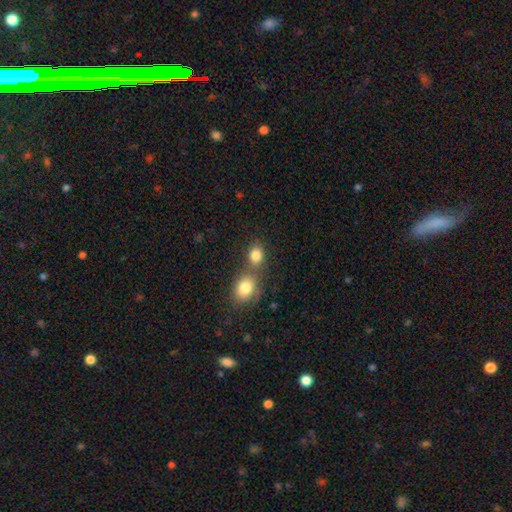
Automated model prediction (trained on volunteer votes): smooth-or-featured: smooth: 83% | star or artifact: 10% | featured or disk: 7%
  how-rounded: round: 54% | in between: 45% | cigar-shaped: 1%
  merging: none: 45% | merger: 42% | minor disturbance: 9% | major disturbance: 4%